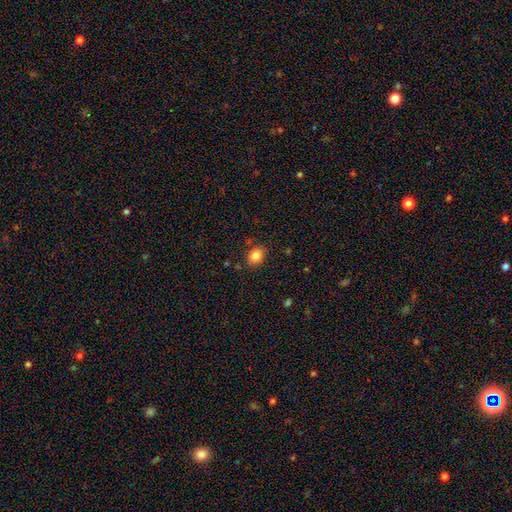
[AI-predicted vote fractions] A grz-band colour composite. It shows a smooth galaxy with no disk features (84%) that is round (50%). Merging: none (86%).